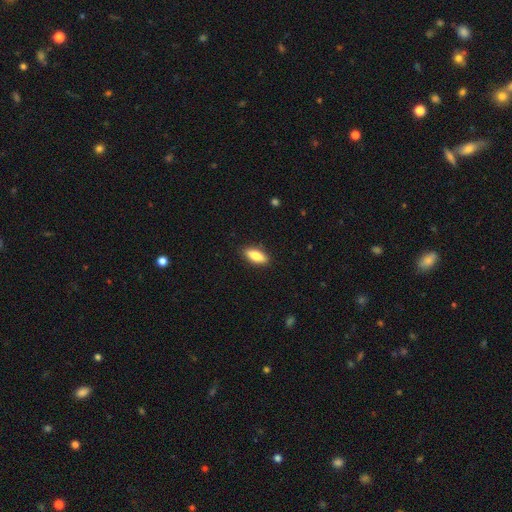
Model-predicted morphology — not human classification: smooth-or-featured: smooth: 82% | featured or disk: 12% | star or artifact: 6%
  how-rounded: in between: 72% | cigar-shaped: 25% | round: 2%
  merging: none: 88% | minor disturbance: 9% | major disturbance: 2% | merger: 1%